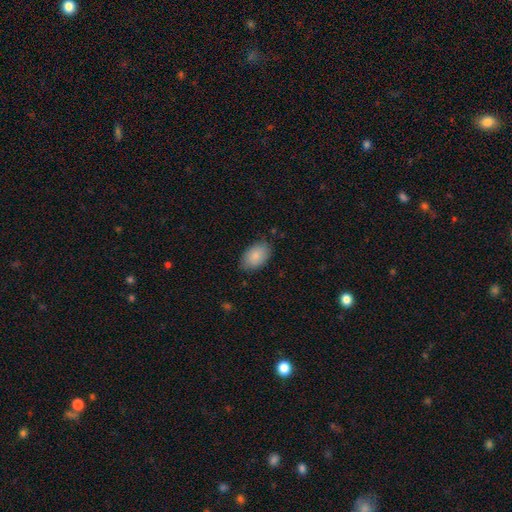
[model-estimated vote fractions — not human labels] A smooth galaxy with no disk features (87%) that is in between round and cigar-shaped (90%).

Vote fractions:
- Smooth or featured? smooth: 87% / featured or disk: 7% / star or artifact: 6%
- How rounded? in between: 90% / round: 8% / cigar-shaped: 1%
- Merging? none: 80% / minor disturbance: 15% / major disturbance: 3% / merger: 1%